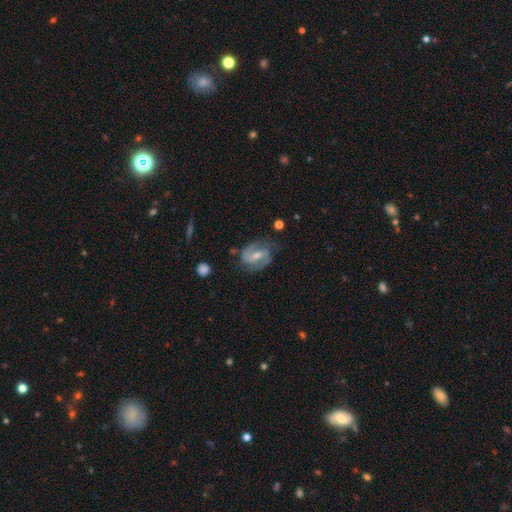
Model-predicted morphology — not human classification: smooth-or-featured: featured or disk: 78% | smooth: 16% | star or artifact: 6%
  disk-edge-on: no: 97% | yes: 3%
    bar: weak: 46% | strong: 36% | no: 18%
    has-spiral-arms: yes: 91% | no: 9%
      spiral-winding: medium: 50% | loose: 26% | tight: 24%
      spiral-arm-count: 2: 86% | can't tell: 7% | 1: 3% | 3: 2% | 4: 1% | more than 4: 1%
    bulge-size: moderate: 54% | small: 41% | large: 2% | none: 2% | dominant: 1%
  merging: none: 67% | minor disturbance: 21% | major disturbance: 9% | merger: 2%